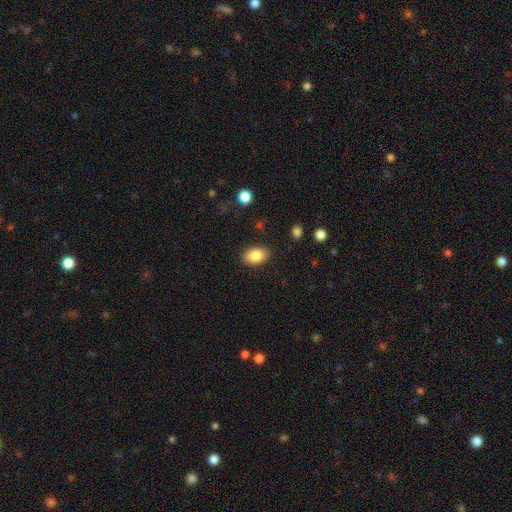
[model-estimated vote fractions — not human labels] Smooth or featured? Predicted: smooth (p=0.84). How rounded? Predicted: in between (p=0.89). Merging? Predicted: none (p=0.87).